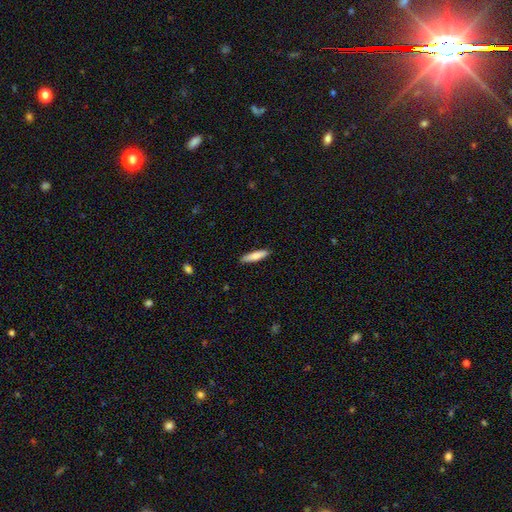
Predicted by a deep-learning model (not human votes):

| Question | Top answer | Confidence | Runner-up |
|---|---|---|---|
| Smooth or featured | smooth | 79% | featured or disk (16%) |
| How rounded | cigar-shaped | 77% | in between (21%) |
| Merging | none | 90% | minor disturbance (8%) |